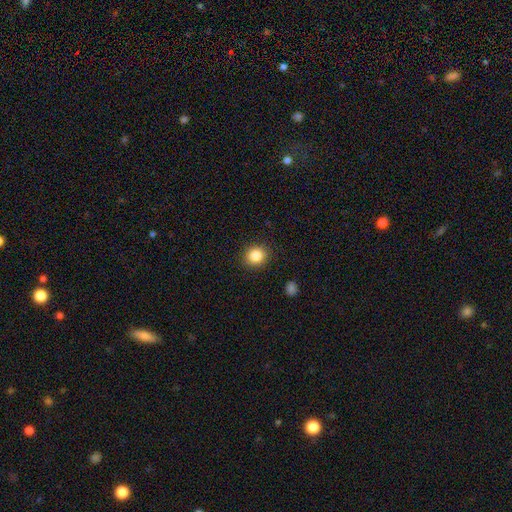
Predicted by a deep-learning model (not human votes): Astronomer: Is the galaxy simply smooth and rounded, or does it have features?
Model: smooth — 85%.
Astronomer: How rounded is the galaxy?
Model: round — 81%.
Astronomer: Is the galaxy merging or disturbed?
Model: none — 89%.